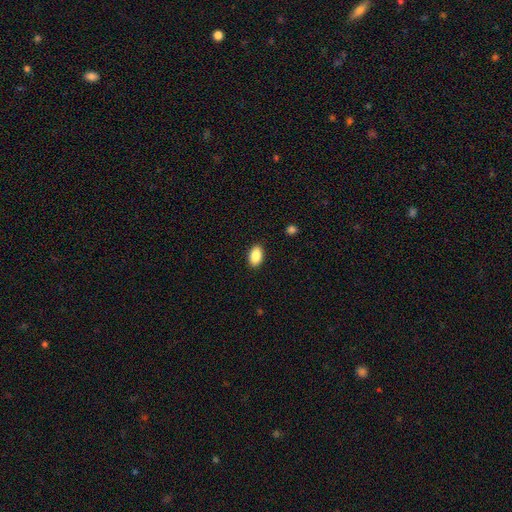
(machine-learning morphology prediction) Q: Smooth or featured?
A: smooth (89%); runner-up: star or artifact (7%)
Q: How rounded?
A: in between (93%); runner-up: round (5%)
Q: Merging?
A: none (89%); runner-up: minor disturbance (8%)